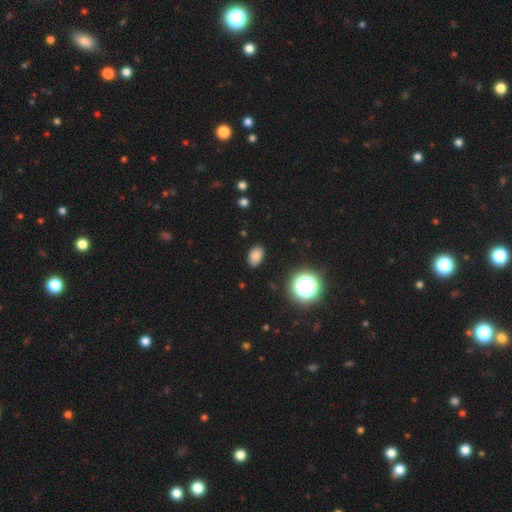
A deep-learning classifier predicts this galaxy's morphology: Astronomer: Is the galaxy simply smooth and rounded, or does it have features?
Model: smooth — 81%.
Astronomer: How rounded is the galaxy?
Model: in between — 87%.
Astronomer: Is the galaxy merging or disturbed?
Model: none — 86%.